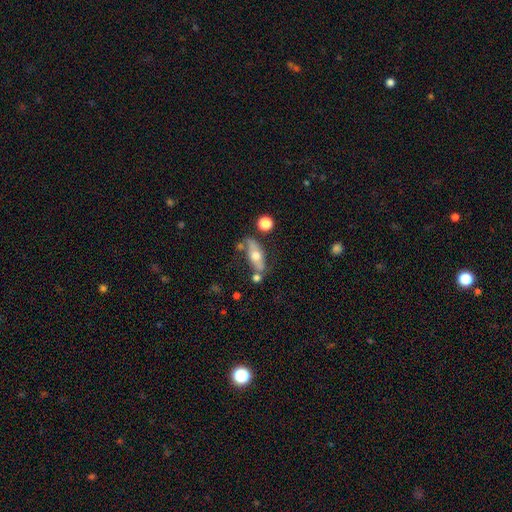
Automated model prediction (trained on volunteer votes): Smooth or featured? Predicted: featured or disk (p=0.48). Merging? Predicted: none (p=0.60).